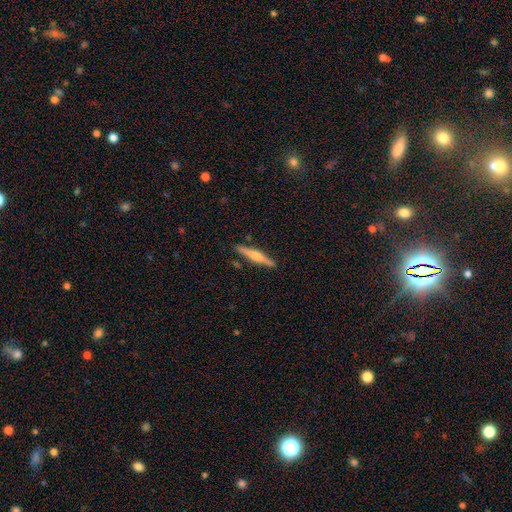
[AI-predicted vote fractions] The model was most divided on "smooth or featured": featured or disk: 56%, smooth: 38%, star or artifact: 5%. More confident: edge-on disk — yes (97%); merging — none (89%); edge-on bulge — rounded (77%).